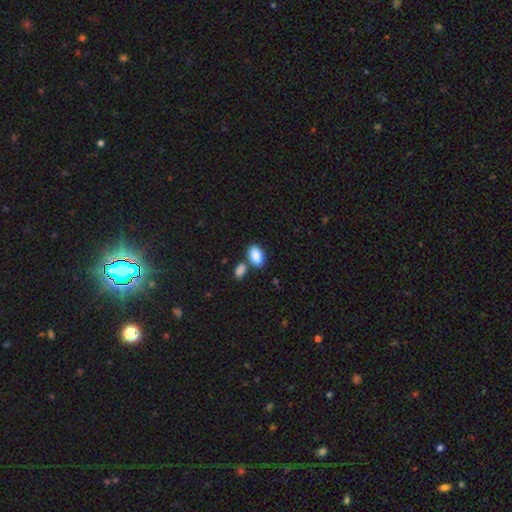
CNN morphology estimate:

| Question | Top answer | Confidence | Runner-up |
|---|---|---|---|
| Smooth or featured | smooth | 88% | star or artifact (7%) |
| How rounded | in between | 92% | round (6%) |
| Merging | none | 64% | merger (21%) |